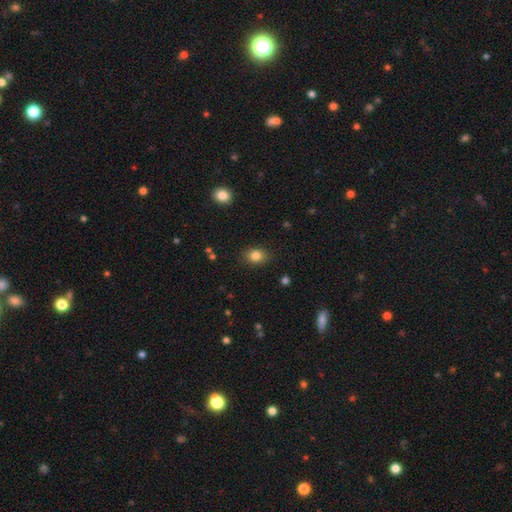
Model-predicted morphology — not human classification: This is clearly a smooth galaxy (84%). How rounded: likely in between (60%). Merging: clearly none (86%).